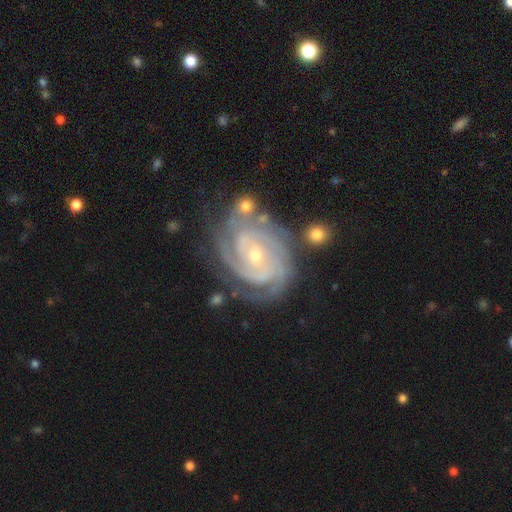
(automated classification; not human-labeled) Smooth or featured? featured or disk (91%)
Edge-on disk? no (97%)
Bar? no (59%)
Spiral arms? yes (98%)
Spiral winding? tight (78%)
Spiral arm count? 3 (33%)
Bulge size? small (62%)
Merging? none (67%)